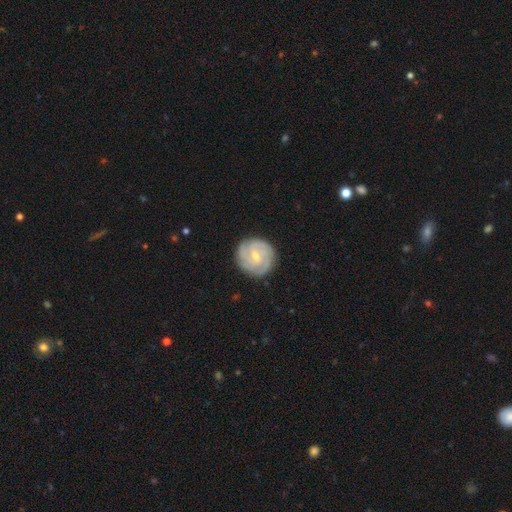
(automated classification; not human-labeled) Overall: featured or disk (73%). Edge-on disk: no (98%). Bar: no (47%; weak 46%). Spiral arms: yes (93%). Spiral arm count: 3 (31%; can't tell 27%). Spiral winding: tight (69%). Bulge size: small (63%; moderate 33%). Merging: none (86%).